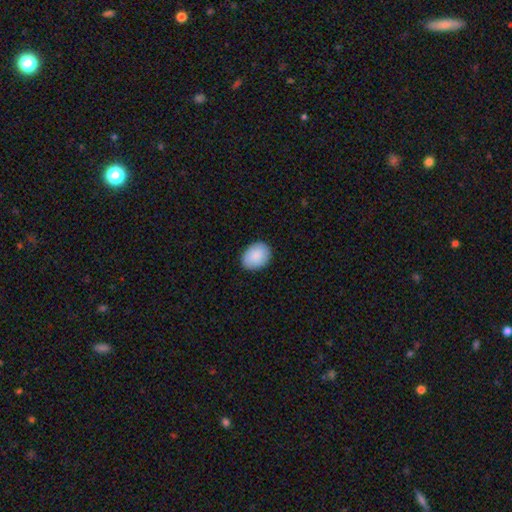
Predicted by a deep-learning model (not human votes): The model was most divided on "how rounded": in between: 69%, round: 30%, cigar-shaped: 1%. More confident: smooth or featured — smooth (89%); merging — none (87%).